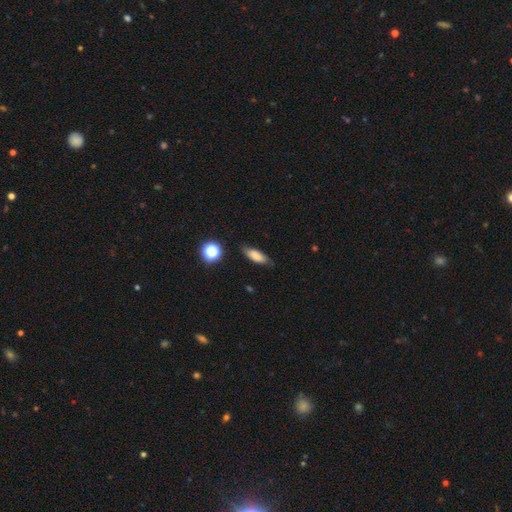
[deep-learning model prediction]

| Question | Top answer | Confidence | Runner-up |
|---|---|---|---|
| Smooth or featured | smooth | 78% | featured or disk (12%) |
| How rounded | in between | 64% | cigar-shaped (32%) |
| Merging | none | 78% | minor disturbance (16%) |